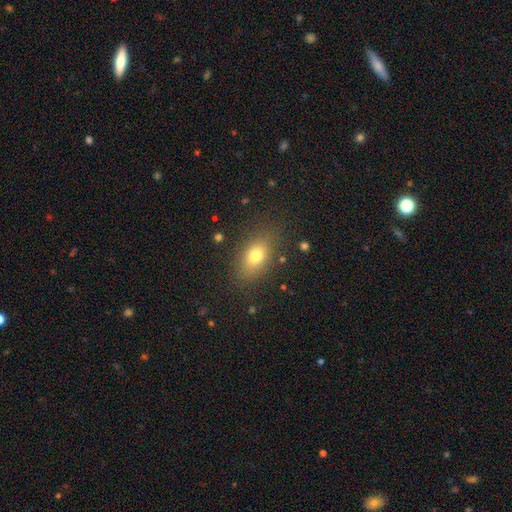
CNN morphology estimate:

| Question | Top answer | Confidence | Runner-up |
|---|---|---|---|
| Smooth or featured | smooth | 75% | featured or disk (13%) |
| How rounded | in between | 80% | round (17%) |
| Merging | none | 82% | minor disturbance (12%) |